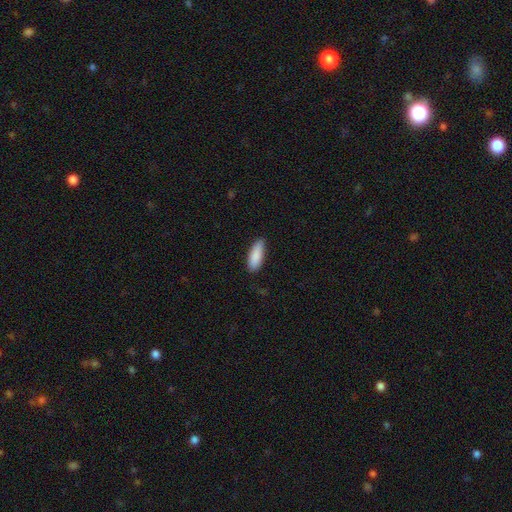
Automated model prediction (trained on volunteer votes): Smooth or featured? smooth (89%)
How rounded? in between (67%)
Merging? none (81%)